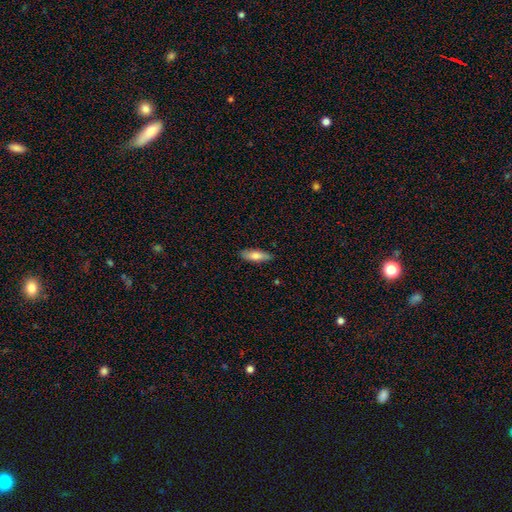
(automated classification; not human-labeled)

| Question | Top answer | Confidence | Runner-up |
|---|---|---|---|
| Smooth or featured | smooth | 75% | featured or disk (19%) |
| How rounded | in between | 58% | cigar-shaped (40%) |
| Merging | none | 85% | minor disturbance (12%) |